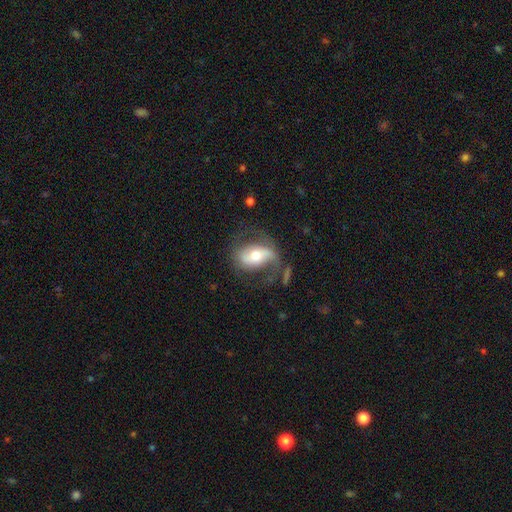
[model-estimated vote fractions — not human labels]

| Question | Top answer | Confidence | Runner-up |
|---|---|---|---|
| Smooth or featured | featured or disk | 64% | smooth (29%) |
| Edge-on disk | no | 93% | yes (7%) |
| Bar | strong | 36% | no (33%) |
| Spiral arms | yes | 77% | no (23%) |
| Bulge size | moderate | 64% | small (24%) |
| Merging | none | 49% | major disturbance (25%) |